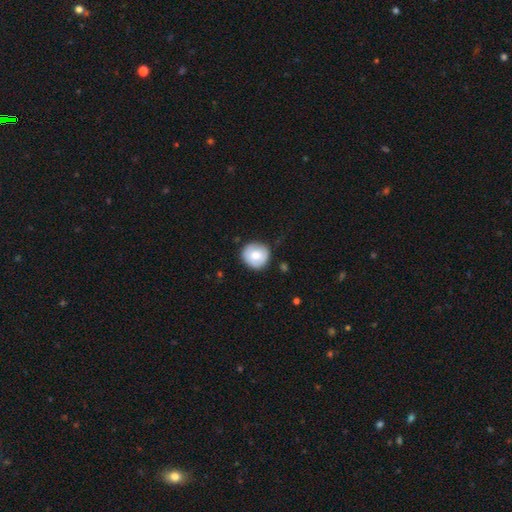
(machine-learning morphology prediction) Smooth or featured? Predicted: smooth (p=0.74). How rounded? Predicted: round (p=0.92). Merging? Predicted: none (p=0.83).